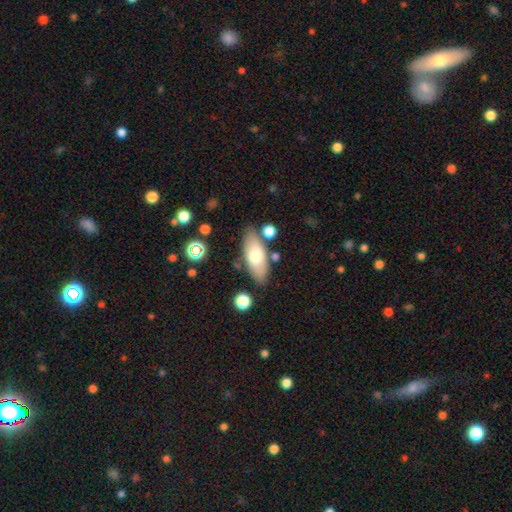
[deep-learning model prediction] Q: Smooth or featured?
A: smooth (68%); runner-up: featured or disk (26%)
Q: How rounded?
A: in between (75%); runner-up: cigar-shaped (22%)
Q: Merging?
A: none (77%); runner-up: minor disturbance (13%)